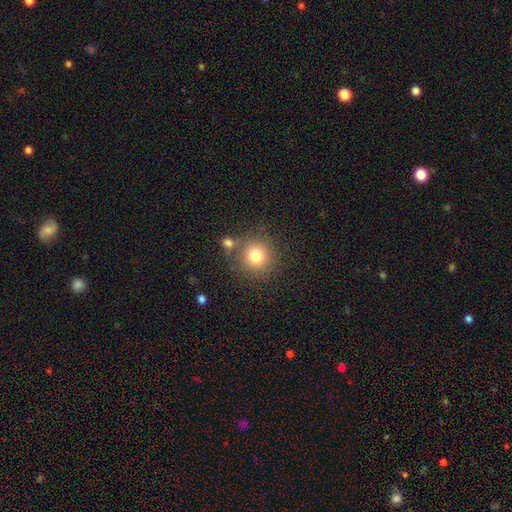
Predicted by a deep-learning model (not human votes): Smooth or featured: smooth — 79% (star or artifact — 12%)
How rounded: round — 91% (in between — 8%)
Merging: none — 74% (merger — 12%)